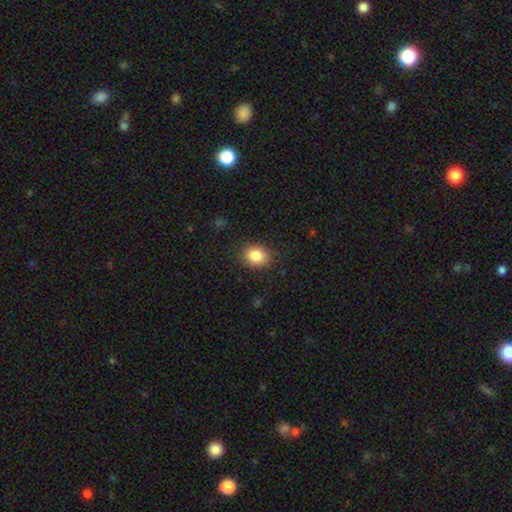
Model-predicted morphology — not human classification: Smooth or featured? smooth (85%)
How rounded? in between (50%)
Merging? none (87%)